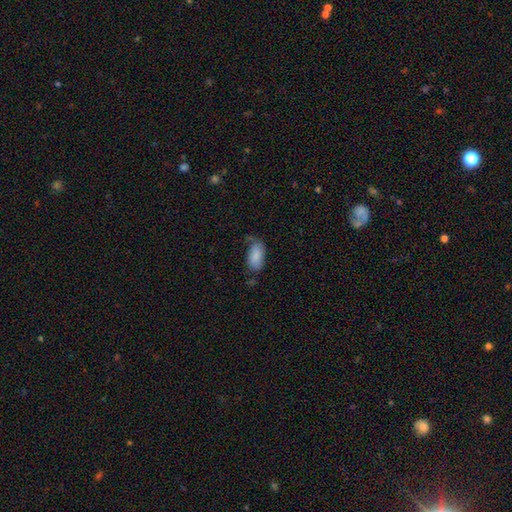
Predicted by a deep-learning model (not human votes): Overall: smooth (86%). How rounded: in between (94%). Merging: none (60%; minor disturbance 28%).